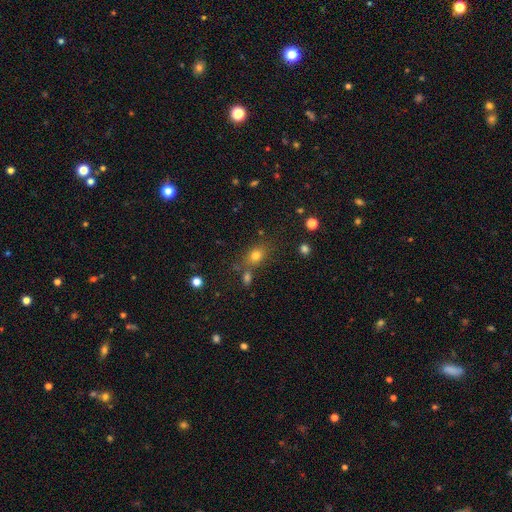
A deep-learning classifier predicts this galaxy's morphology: This appears to be a smooth galaxy with no disk features (76%) that is in between round and cigar-shaped (60%). Merging: none (65%).